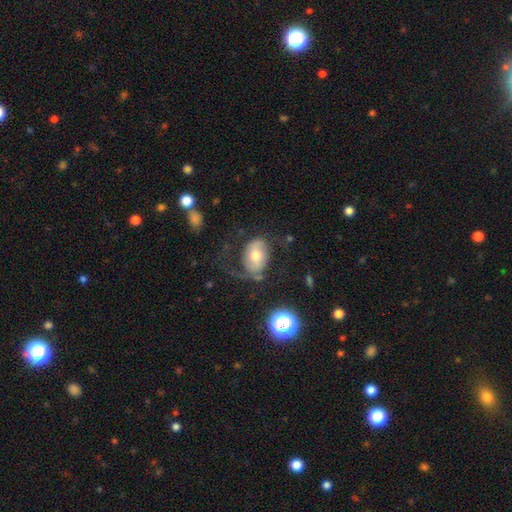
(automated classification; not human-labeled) smooth_or_featured: featured or disk (p=0.51) [alt: smooth p=0.39]
disk_edge_on: no (p=0.94) [alt: yes p=0.06]
merging: none (p=0.47) [alt: major disturbance p=0.28]